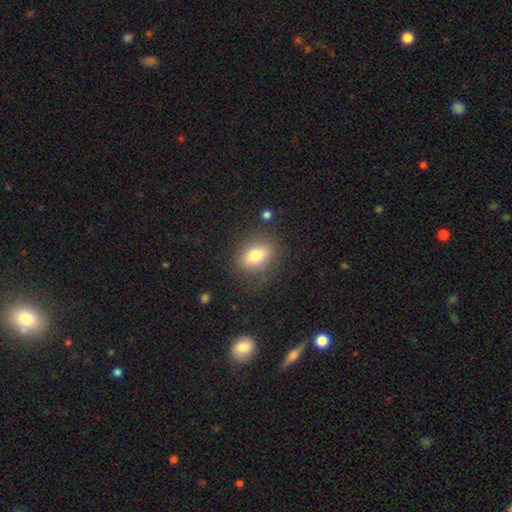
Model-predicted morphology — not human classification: A smooth galaxy with no disk features (78%) that is in between round and cigar-shaped (71%).

Vote fractions:
- Smooth or featured? smooth: 78% / featured or disk: 12% / star or artifact: 10%
- How rounded? in between: 71% / round: 26% / cigar-shaped: 2%
- Merging? none: 80% / minor disturbance: 13% / major disturbance: 5% / merger: 2%